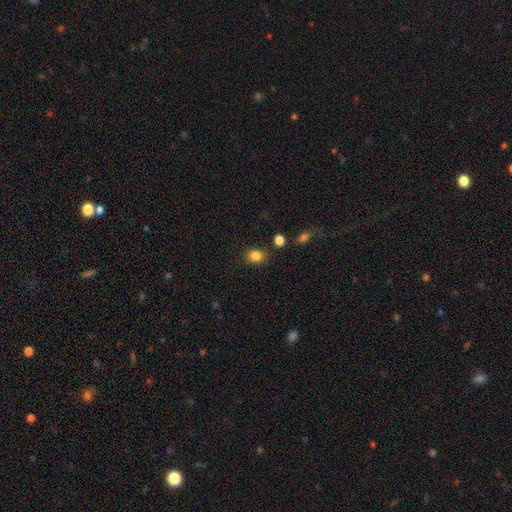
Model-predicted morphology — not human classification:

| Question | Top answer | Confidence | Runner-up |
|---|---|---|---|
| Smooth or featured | smooth | 85% | star or artifact (11%) |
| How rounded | round | 67% | in between (33%) |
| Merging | none | 82% | minor disturbance (11%) |